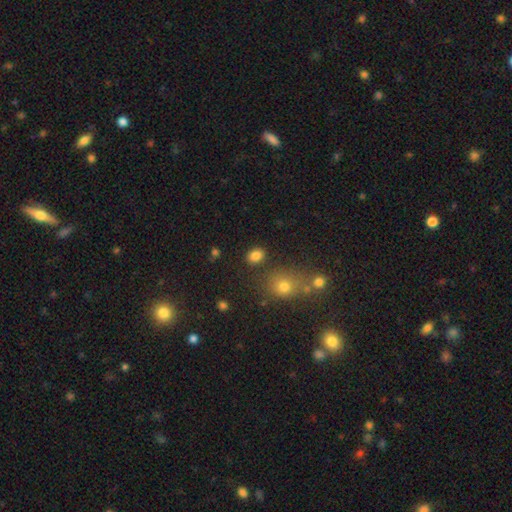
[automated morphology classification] smooth-or-featured: smooth: 83% | star or artifact: 12% | featured or disk: 5%
  how-rounded: in between: 62% | round: 37% | cigar-shaped: 1%
  merging: none: 83% | minor disturbance: 10% | merger: 4% | major disturbance: 3%